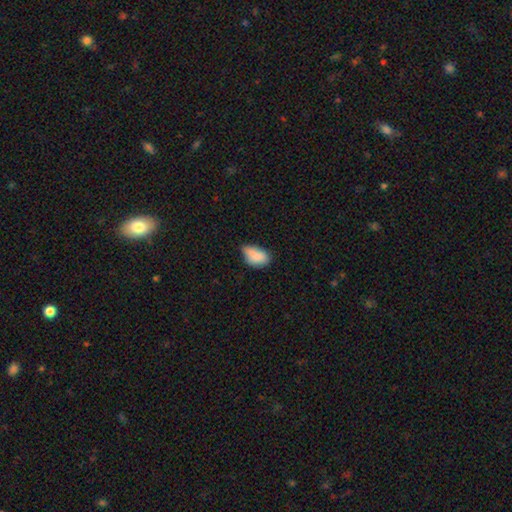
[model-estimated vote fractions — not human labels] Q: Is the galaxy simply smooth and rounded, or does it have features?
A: smooth — 83%.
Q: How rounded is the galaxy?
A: in between — 90%.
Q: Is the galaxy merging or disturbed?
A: minor disturbance — 46%.